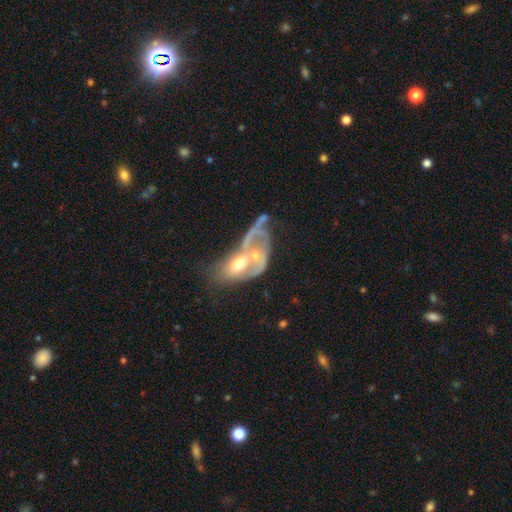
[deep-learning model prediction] This appears to be a featured or disk galaxy (67%) with no bar (72%), spiral arms (54%) and a moderate central bulge (57%). Merging: merger (66%).